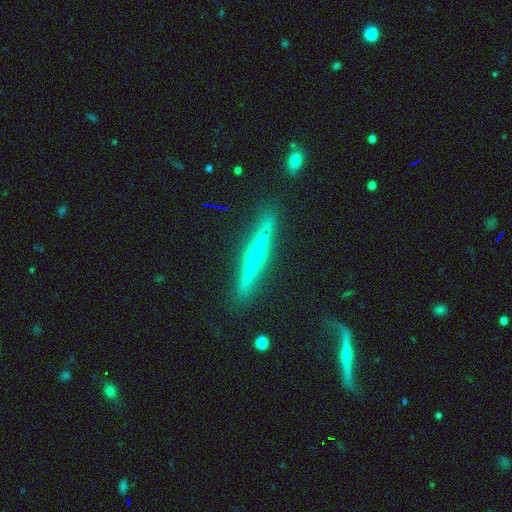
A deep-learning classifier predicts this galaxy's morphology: The model was most divided on "smooth or featured": featured or disk: 78%, smooth: 16%, star or artifact: 6%. More confident: edge-on disk — yes (98%); merging — none (90%); edge-on bulge — rounded (84%).